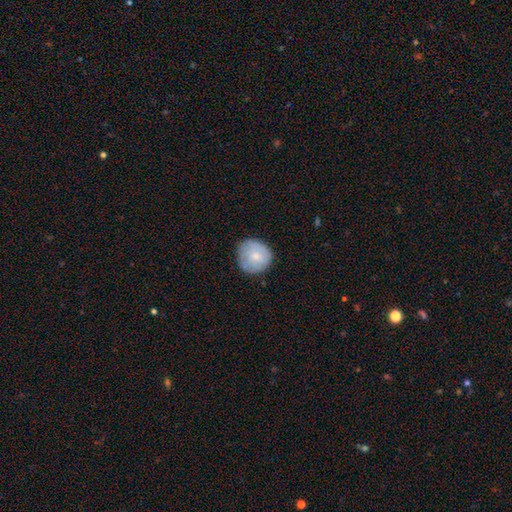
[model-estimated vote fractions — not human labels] This is likely a smooth galaxy (68%). How rounded: clearly round (91%). Merging: likely none (77%).